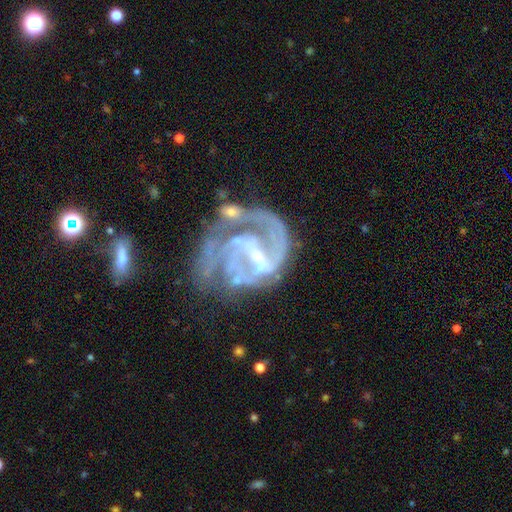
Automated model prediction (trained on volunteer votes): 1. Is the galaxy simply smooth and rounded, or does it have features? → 88% featured or disk, 6% star or artifact, 5% smooth.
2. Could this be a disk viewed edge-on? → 98% no, 2% yes.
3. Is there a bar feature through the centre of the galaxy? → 46% weak, 35% strong, 19% no.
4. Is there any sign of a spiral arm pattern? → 90% yes, 10% no.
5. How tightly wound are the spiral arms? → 44% medium, 33% tight, 22% loose.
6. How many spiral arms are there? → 42% 2, 21% can't tell, 16% 3, 11% 1, 5% 4, 5% more than 4.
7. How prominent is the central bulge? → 66% small, 20% moderate, 12% none, 1% large, 1% dominant.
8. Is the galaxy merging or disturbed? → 39% major disturbance, 28% none, 18% minor disturbance, 15% merger.